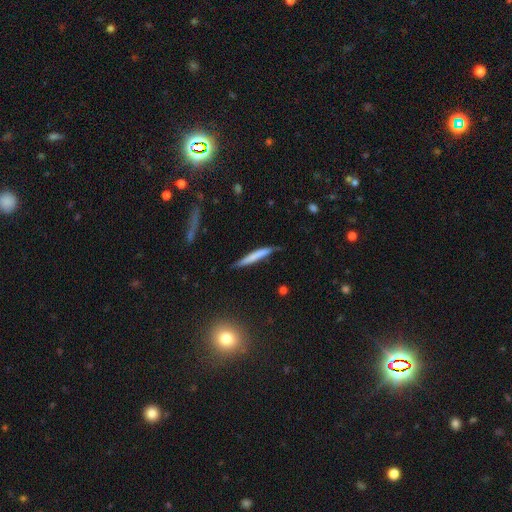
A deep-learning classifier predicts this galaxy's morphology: This appears to be a smooth galaxy with no disk features (65%) that is cigar-shaped (96%). Merging: none (78%).